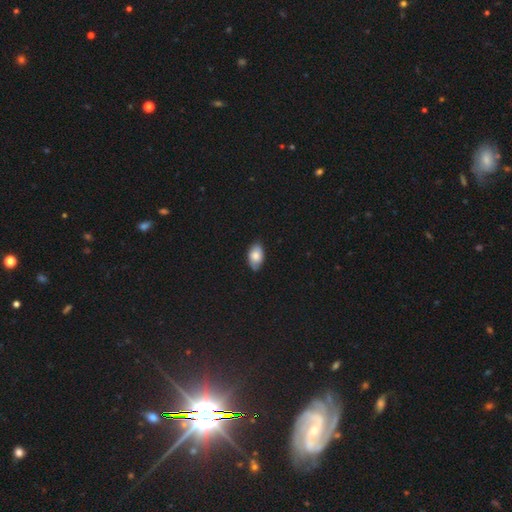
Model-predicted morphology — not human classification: Q: Smooth or featured?
A: smooth (74%); runner-up: featured or disk (19%)
Q: How rounded?
A: in between (92%); runner-up: round (6%)
Q: Merging?
A: none (81%); runner-up: minor disturbance (15%)